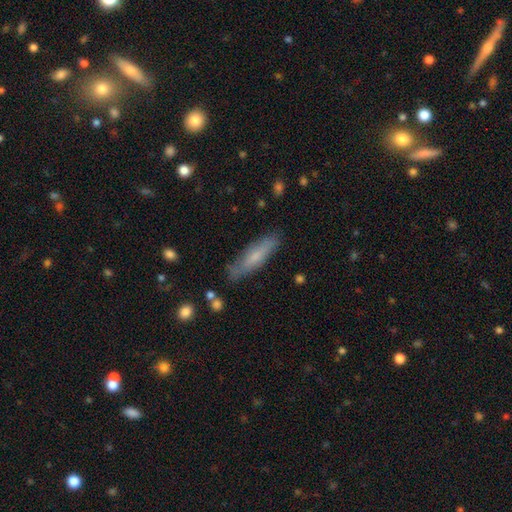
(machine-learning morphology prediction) Q: Smooth or featured?
A: smooth (63%); runner-up: featured or disk (30%)
Q: How rounded?
A: cigar-shaped (74%); runner-up: in between (25%)
Q: Merging?
A: none (80%); runner-up: minor disturbance (15%)